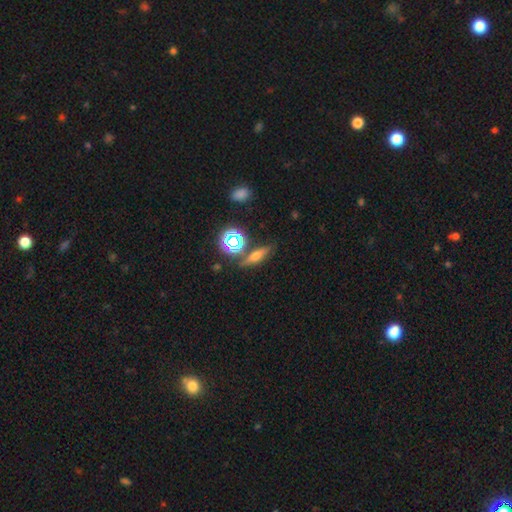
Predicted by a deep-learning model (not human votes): smooth_or_featured: smooth (p=0.46) [alt: featured or disk p=0.34]
merging: none (p=0.78) [alt: minor disturbance p=0.11]